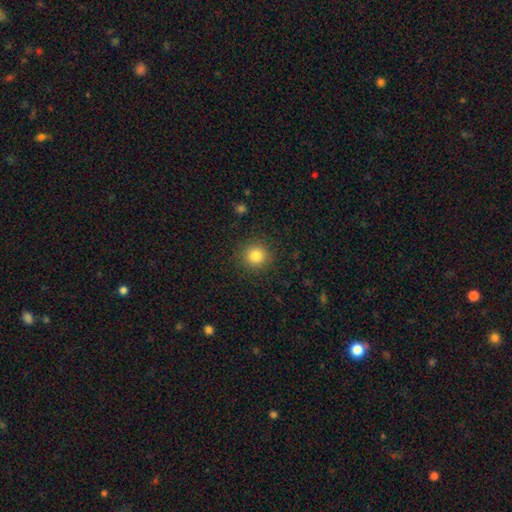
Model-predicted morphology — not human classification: Overall: smooth (83%). How rounded: round (94%). Merging: none (90%).